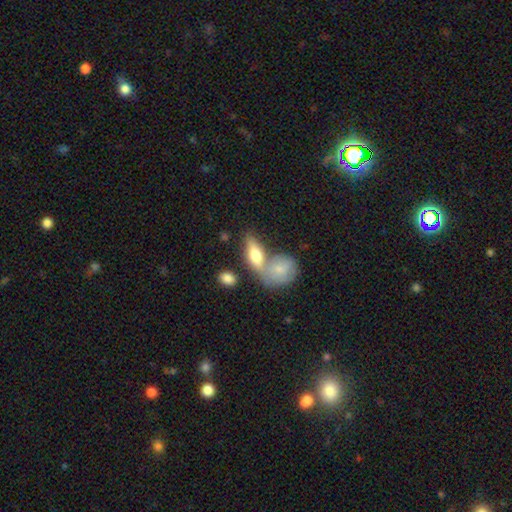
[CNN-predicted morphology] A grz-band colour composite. It shows a smooth galaxy with no disk features (68%) that is in between round and cigar-shaped (74%). Merging: merger (45%).